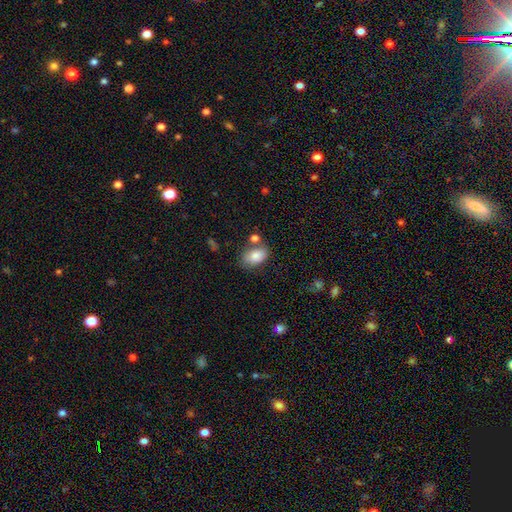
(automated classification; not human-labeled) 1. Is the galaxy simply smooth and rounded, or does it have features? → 82% smooth, 10% featured or disk, 8% star or artifact.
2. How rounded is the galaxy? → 89% in between, 9% round, 1% cigar-shaped.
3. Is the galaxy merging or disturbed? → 65% none, 17% minor disturbance, 13% merger, 5% major disturbance.